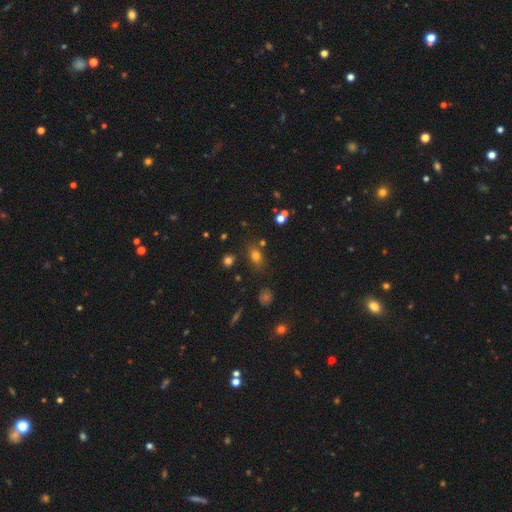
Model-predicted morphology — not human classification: Smooth or featured? smooth (75%)
How rounded? in between (76%)
Merging? none (75%)